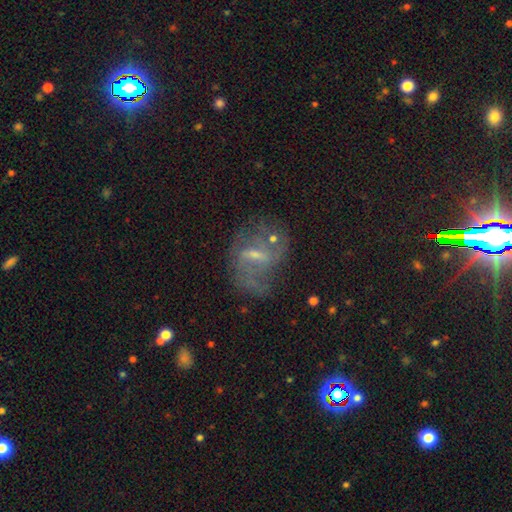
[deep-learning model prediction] A featured or disk galaxy (70%) with a weak bar (53%), spiral arms (70%) and a small central bulge (53%). Merging: none (45%).